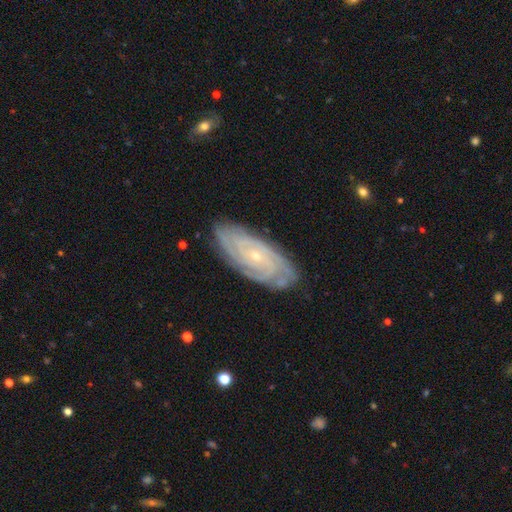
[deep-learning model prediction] smooth-or-featured: featured or disk: 87% | smooth: 7% | star or artifact: 6%
  disk-edge-on: no: 94% | yes: 6%
    bar: no: 74% | weak: 20% | strong: 6%
    has-spiral-arms: yes: 98% | no: 2%
      spiral-winding: tight: 81% | medium: 16% | loose: 3%
      spiral-arm-count: 4: 23% (tied) | can't tell: 23% (tied) | 3: 22% | 2: 17% | more than 4: 9% | 1: 6%
    bulge-size: small: 83% | moderate: 14% | none: 2% | large: 1% | dominant: 1%
  merging: none: 82% | minor disturbance: 14% | major disturbance: 3% | merger: 1%